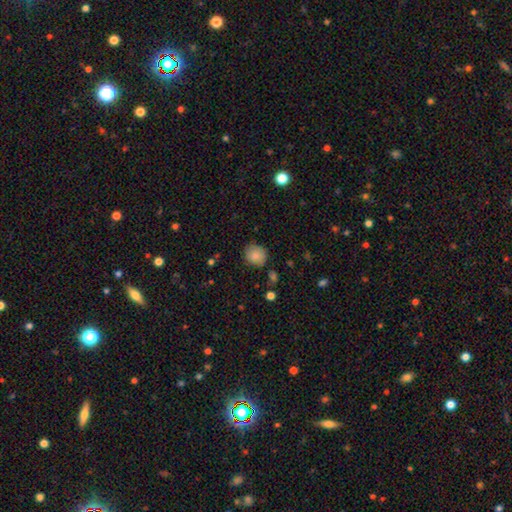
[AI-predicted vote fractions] This appears to be a smooth galaxy with no disk features (83%) that is round (84%). Merging: none (79%).